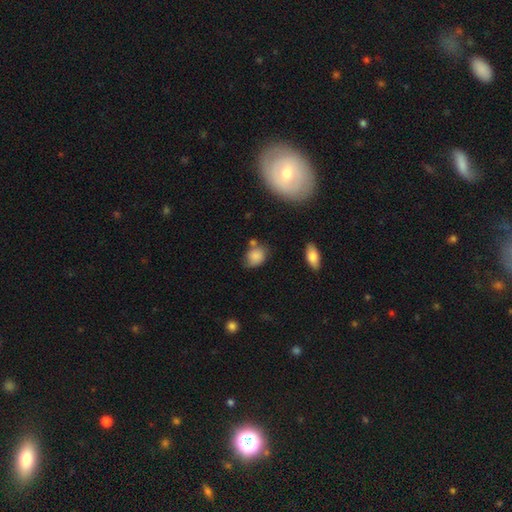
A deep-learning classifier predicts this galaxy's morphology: smooth_or_featured: smooth (p=0.82) [alt: star or artifact p=0.10]
how_rounded: in between (p=0.53) [alt: round p=0.46]
merging: none (p=0.56) [alt: minor disturbance p=0.26]